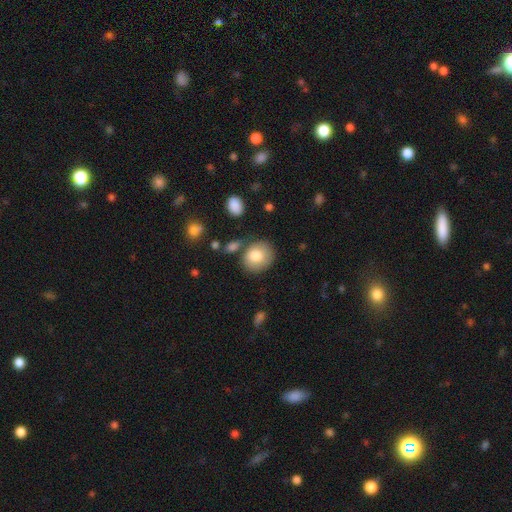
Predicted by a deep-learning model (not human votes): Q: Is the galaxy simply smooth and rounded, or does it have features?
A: smooth — 79%.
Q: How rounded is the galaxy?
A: round — 68%.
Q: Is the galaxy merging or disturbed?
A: none — 72%.